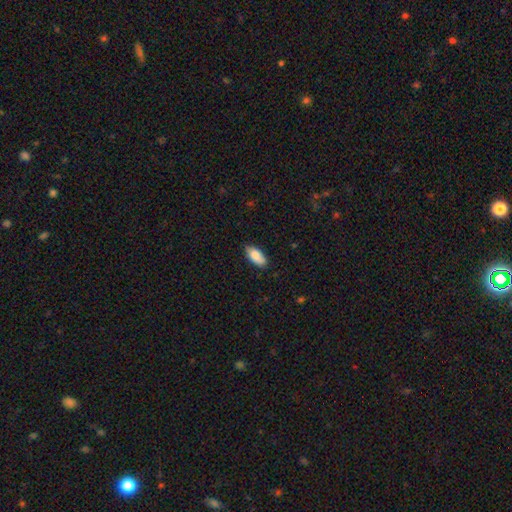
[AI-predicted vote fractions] A smooth galaxy with no disk features (84%) that is in between round and cigar-shaped (89%).

Vote fractions:
- Smooth or featured? smooth: 84% / featured or disk: 10% / star or artifact: 6%
- How rounded? in between: 89% / cigar-shaped: 9% / round: 2%
- Merging? none: 81% / minor disturbance: 16% / major disturbance: 2% / merger: 1%